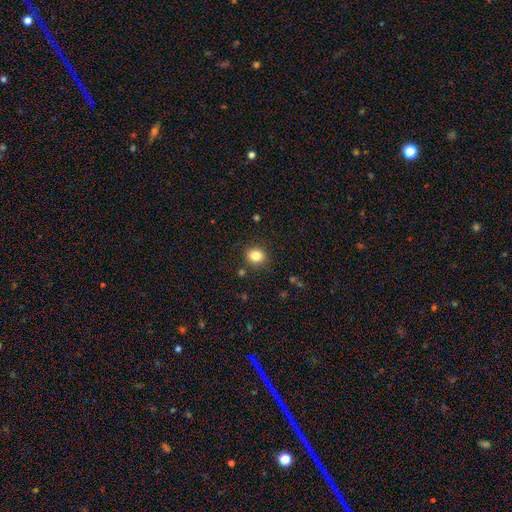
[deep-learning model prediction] This appears to be a smooth galaxy with no disk features (82%) that is round (77%). Merging: none (88%).